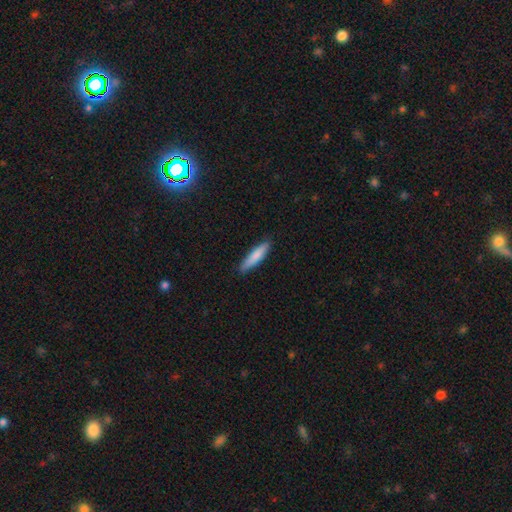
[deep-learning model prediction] Overall: smooth (81%). How rounded: cigar-shaped (83%). Merging: none (86%).